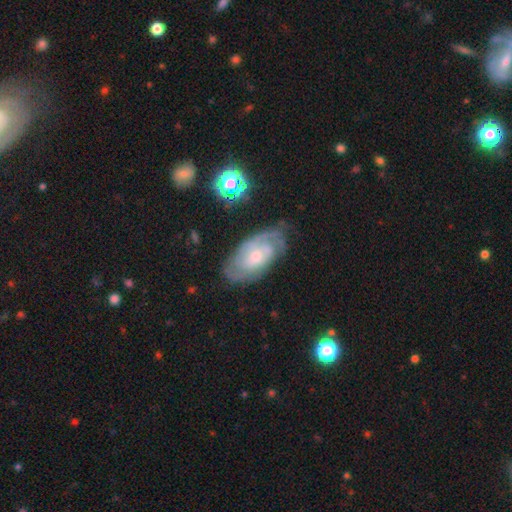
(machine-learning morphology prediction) This is likely a featured or disk galaxy (77%). It is clearly not viewed edge-on (94%). Bar: likely no (68%). Spiral arm pattern: clearly yes (91%). Spiral arm count: marginally can't tell (42%). Spiral winding: possibly tight (59%). Central bulge: possibly small (54%). Merging: likely none (67%).